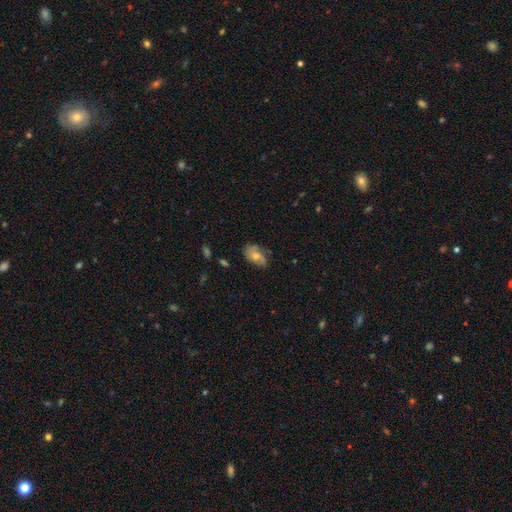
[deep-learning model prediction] A featured or disk galaxy (55%) with no bar (71%), spiral arms (79%) and a moderate central bulge (62%).

Vote fractions:
- Smooth or featured? featured or disk: 55% / smooth: 34% / star or artifact: 11%
- Edge-on disk? no: 94% / yes: 6%
- Bar? no: 71% / weak: 24% / strong: 5%
- Spiral arms? yes: 79% / no: 21%
- Bulge size? moderate: 62% / small: 30% / large: 5% / none: 2% / dominant: 1%
- Merging? none: 64% / minor disturbance: 24% / major disturbance: 10% / merger: 2%